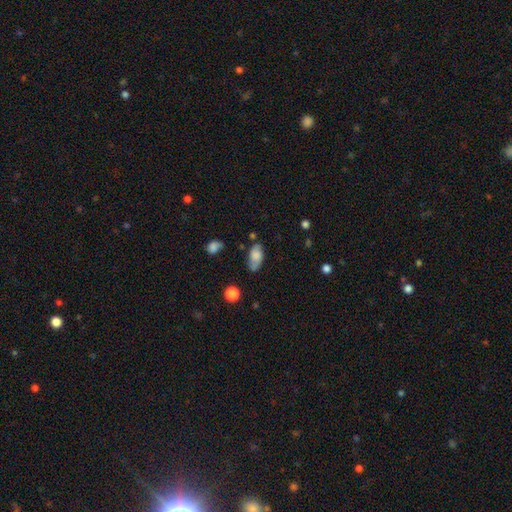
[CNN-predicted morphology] Smooth or featured? smooth (65%)
How rounded? in between (90%)
Merging? none (63%)